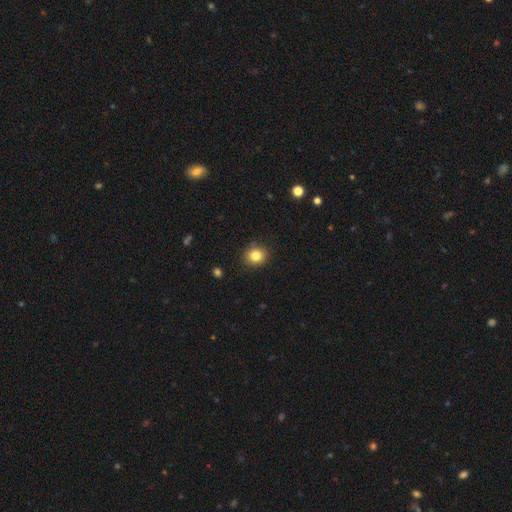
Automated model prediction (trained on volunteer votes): Smooth or featured: smooth — 82% (star or artifact — 11%)
How rounded: round — 82% (in between — 17%)
Merging: none — 88% (minor disturbance — 8%)